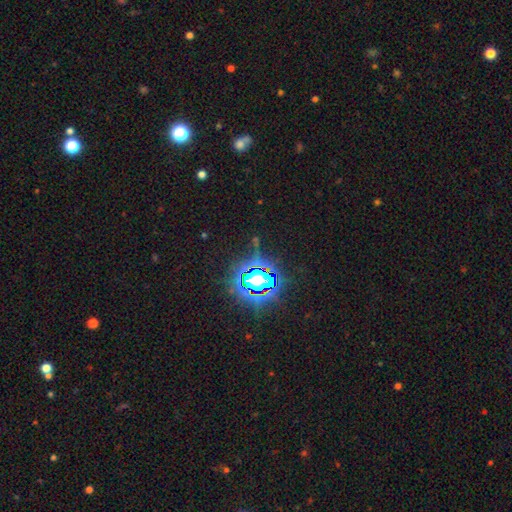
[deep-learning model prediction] The model was most divided on "smooth or featured": star or artifact: 80%, smooth: 12%, featured or disk: 8%.